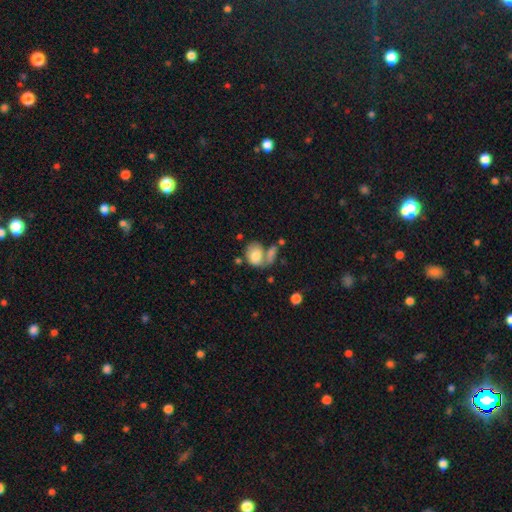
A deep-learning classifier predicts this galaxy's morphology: Smooth or featured? smooth (76%)
How rounded? in between (60%)
Merging? merger (41%)